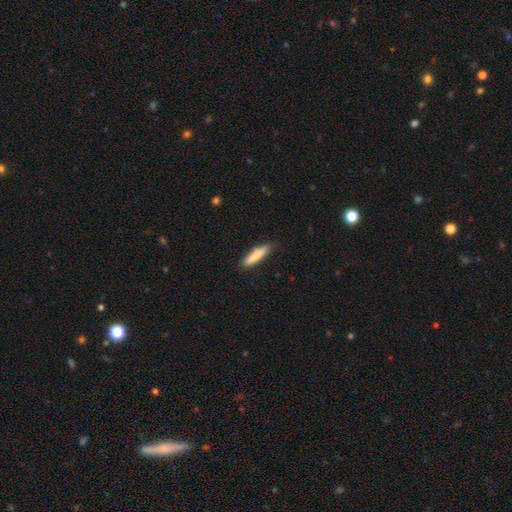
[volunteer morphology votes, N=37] Smooth or featured: smooth — 89% (featured or disk — 11%)
How rounded: cigar-shaped — 58% (in between — 42%)
Merging: none — 78% (minor disturbance — 16%)